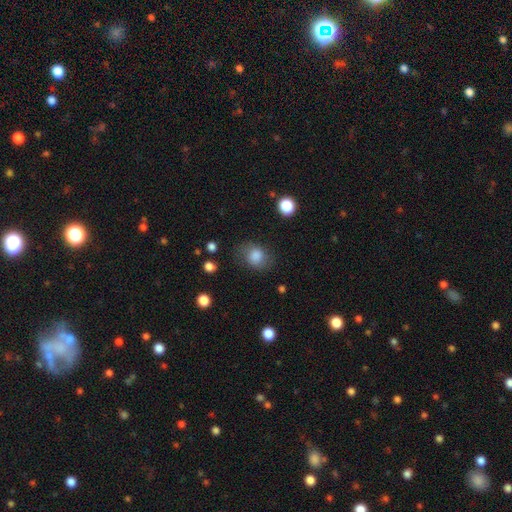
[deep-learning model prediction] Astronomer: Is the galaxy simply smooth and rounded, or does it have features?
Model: smooth — 83%.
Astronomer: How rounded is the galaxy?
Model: round — 54% (runner-up: in between, 45%).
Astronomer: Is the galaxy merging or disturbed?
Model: none — 70%.